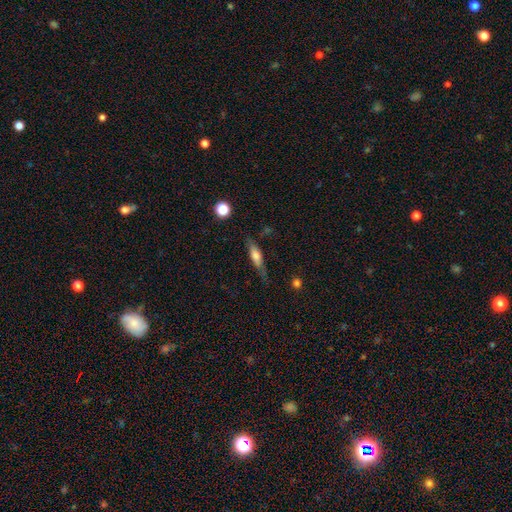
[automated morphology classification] The model was most divided on "smooth or featured": smooth: 56%, featured or disk: 36%, star or artifact: 7%. More confident: merging — none (65%); how rounded — cigar-shaped (62%).